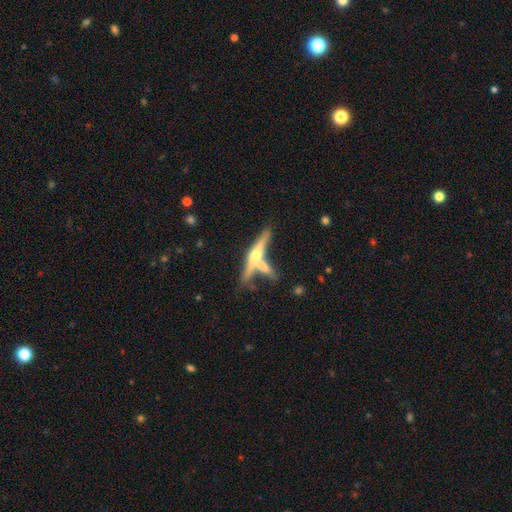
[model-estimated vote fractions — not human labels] Q: Smooth or featured?
A: featured or disk (63%); runner-up: smooth (30%)
Q: Edge-on disk?
A: yes (92%); runner-up: no (8%)
Q: Edge-on bulge?
A: rounded (82%); runner-up: none (13%)
Q: Merging?
A: none (45%); runner-up: merger (38%)